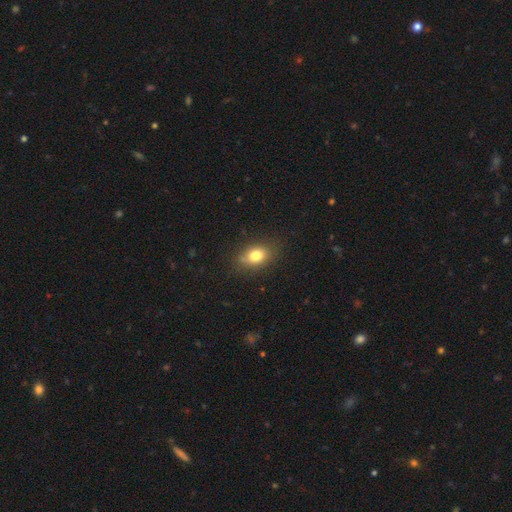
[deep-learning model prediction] This is likely a smooth galaxy (79%). How rounded: likely in between (75%). Merging: likely none (78%).